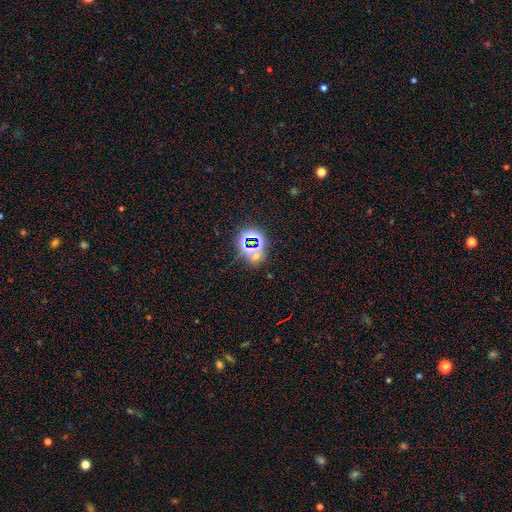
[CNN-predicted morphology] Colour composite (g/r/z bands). It shows a star or artifact, not a galaxy (65%).